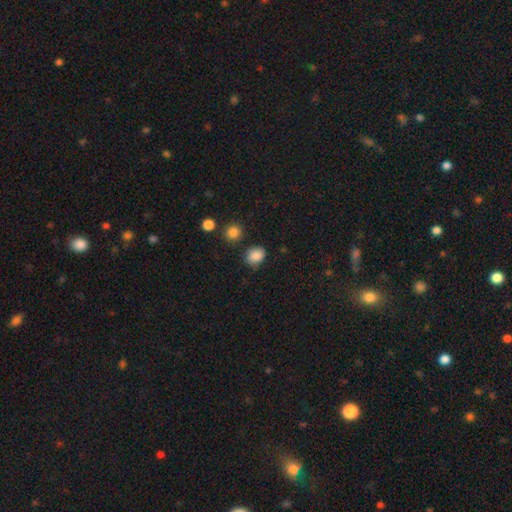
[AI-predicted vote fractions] smooth_or_featured: smooth (p=0.85) [alt: star or artifact p=0.10]
how_rounded: in between (p=0.51) [alt: round p=0.48]
merging: none (p=0.75) [alt: minor disturbance p=0.17]